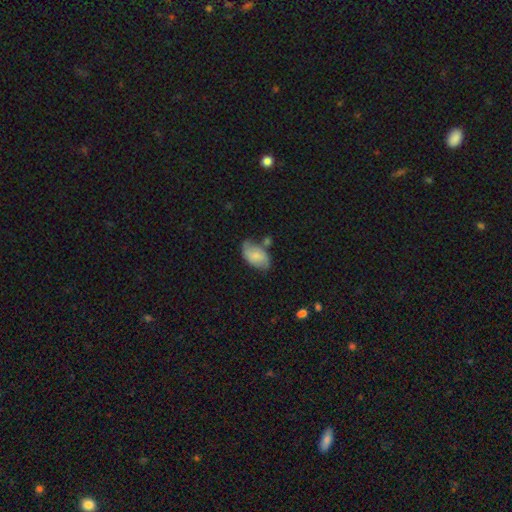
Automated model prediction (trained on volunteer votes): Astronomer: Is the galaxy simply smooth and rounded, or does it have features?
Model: smooth — 60%.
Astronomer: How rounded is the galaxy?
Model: in between — 92%.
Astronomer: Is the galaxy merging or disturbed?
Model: none — 54%.